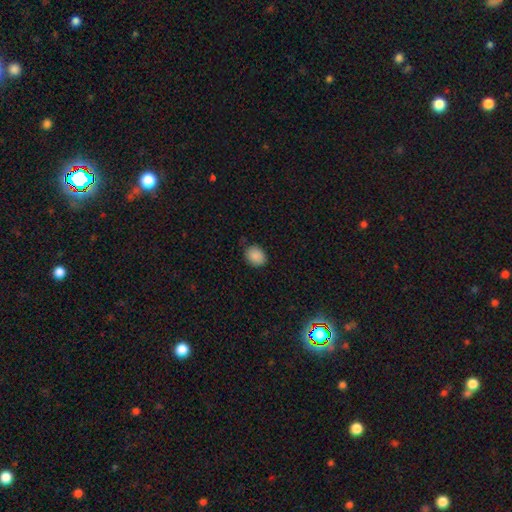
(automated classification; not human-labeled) Smooth or featured? smooth (88%)
How rounded? round (56%)
Merging? none (83%)